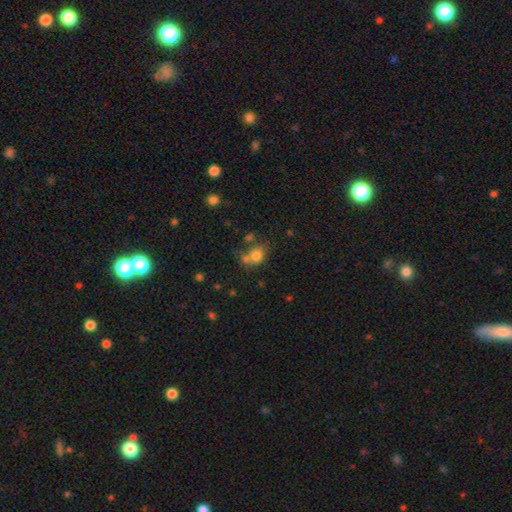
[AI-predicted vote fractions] smooth_or_featured: smooth (p=0.76) [alt: star or artifact p=0.13]
how_rounded: round (p=0.60) [alt: in between p=0.39]
merging: none (p=0.47) [alt: merger p=0.31]